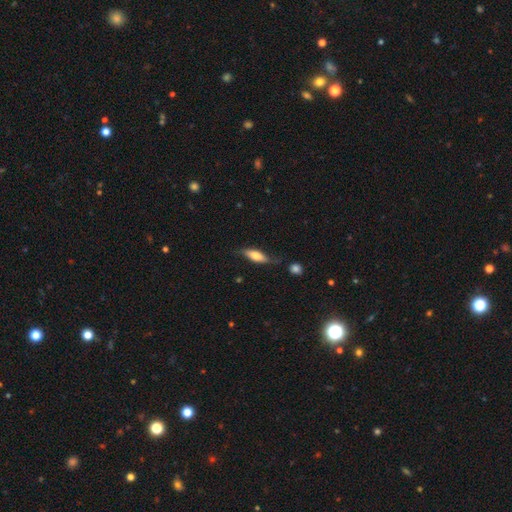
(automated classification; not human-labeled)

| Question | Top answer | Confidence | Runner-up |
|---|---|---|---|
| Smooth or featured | smooth | 61% | featured or disk (33%) |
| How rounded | in between | 58% | cigar-shaped (39%) |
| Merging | none | 61% | minor disturbance (26%) |